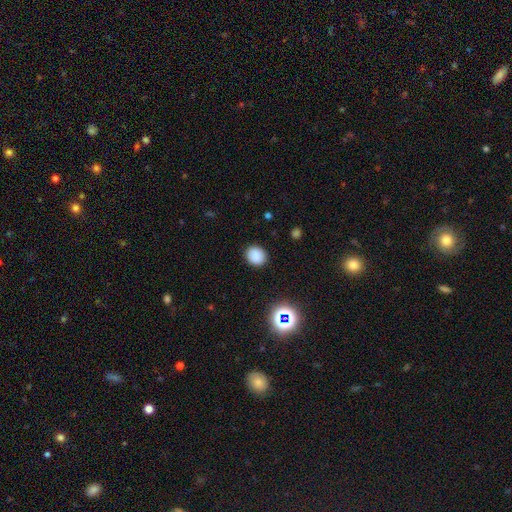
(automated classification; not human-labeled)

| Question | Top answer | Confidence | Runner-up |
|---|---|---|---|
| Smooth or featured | smooth | 84% | star or artifact (12%) |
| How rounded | round | 71% | in between (28%) |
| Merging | none | 88% | minor disturbance (9%) |